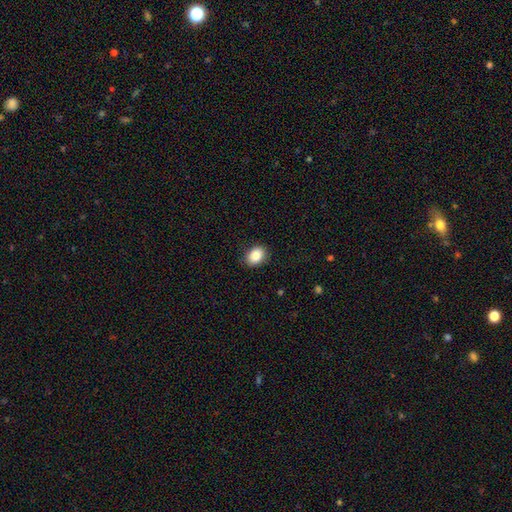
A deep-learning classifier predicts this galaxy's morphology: Smooth or featured? Predicted: smooth (p=0.86). How rounded? Predicted: in between (p=0.73). Merging? Predicted: none (p=0.87).